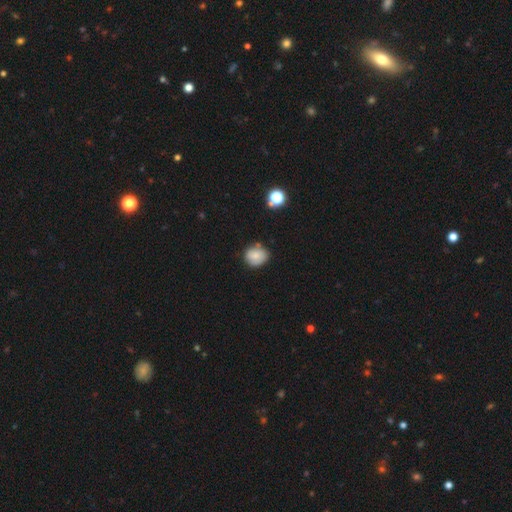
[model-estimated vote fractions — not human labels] Smooth or featured? Predicted: smooth (p=0.76). How rounded? Predicted: round (p=0.64). Merging? Predicted: none (p=0.68).